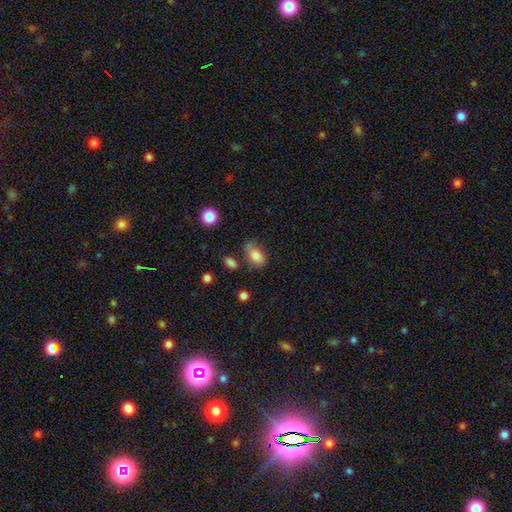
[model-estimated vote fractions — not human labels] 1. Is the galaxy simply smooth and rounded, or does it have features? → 79% smooth, 11% featured or disk, 9% star or artifact.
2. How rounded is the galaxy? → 86% in between, 11% round, 2% cigar-shaped.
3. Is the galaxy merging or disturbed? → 49% none, 31% minor disturbance, 14% major disturbance, 6% merger.